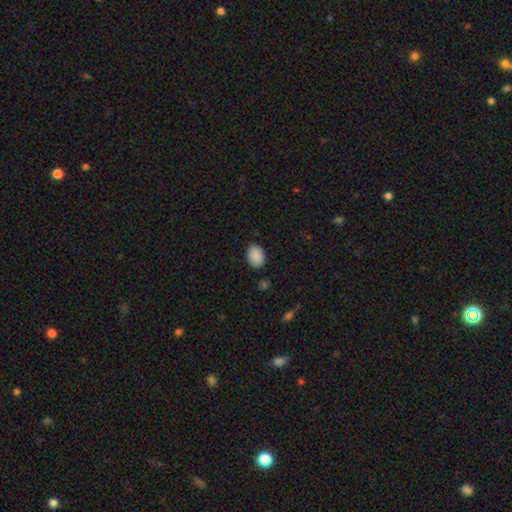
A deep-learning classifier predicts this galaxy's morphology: A smooth galaxy with no disk features (90%) that is in between round and cigar-shaped (78%). Merging: none (87%).